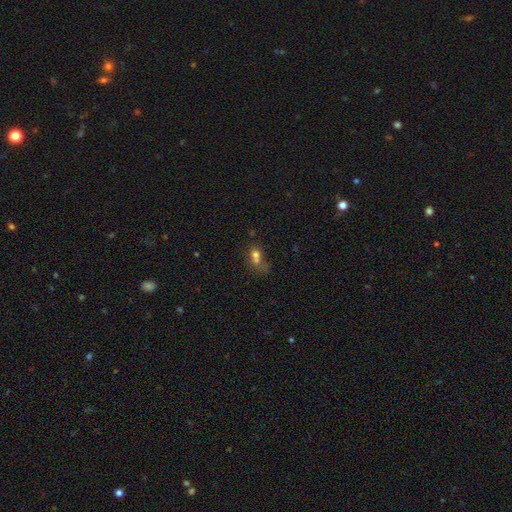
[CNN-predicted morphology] This is likely a smooth galaxy (64%). How rounded: possibly round (56%). Merging: likely merger (62%).